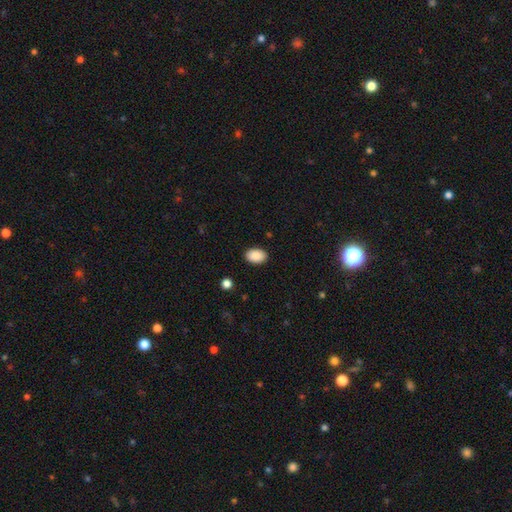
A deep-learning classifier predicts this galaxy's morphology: Smooth or featured?
  - smooth: 90% *
  - star or artifact: 7%
  - featured or disk: 3%
How rounded?
  - in between: 85% *
  - round: 14%
  - cigar-shaped: 1%
Merging?
  - none: 89% *
  - minor disturbance: 8%
  - major disturbance: 2%
  - merger: 1%